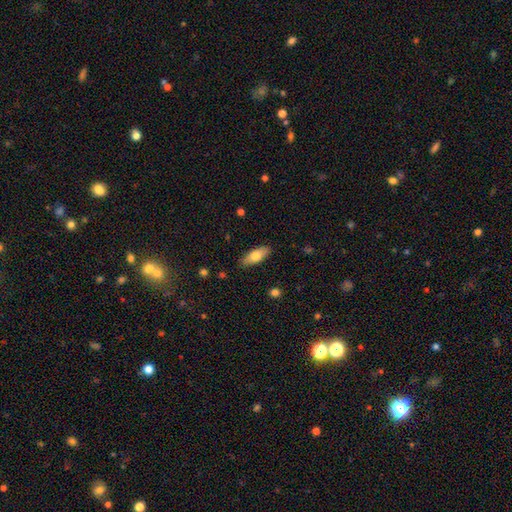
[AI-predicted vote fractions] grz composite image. It shows a smooth galaxy with no disk features (71%) that is in between round and cigar-shaped (71%). Merging: none (87%).